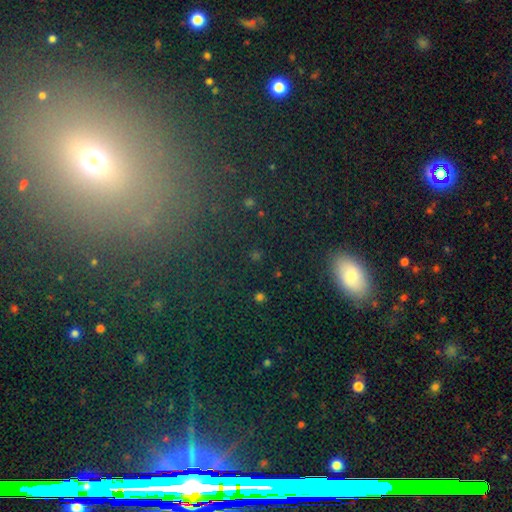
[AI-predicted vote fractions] A smooth galaxy with no disk features (47%). Merging: none (82%).